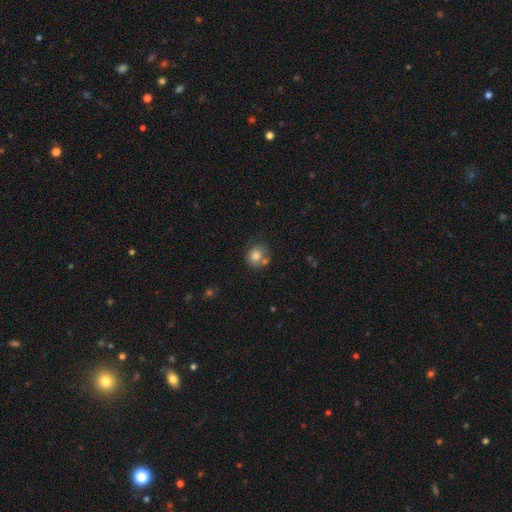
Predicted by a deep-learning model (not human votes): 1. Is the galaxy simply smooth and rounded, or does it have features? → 79% smooth, 11% featured or disk, 10% star or artifact.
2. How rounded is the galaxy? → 78% round, 21% in between, 1% cigar-shaped.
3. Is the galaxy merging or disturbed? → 54% none, 21% merger, 18% minor disturbance, 7% major disturbance.